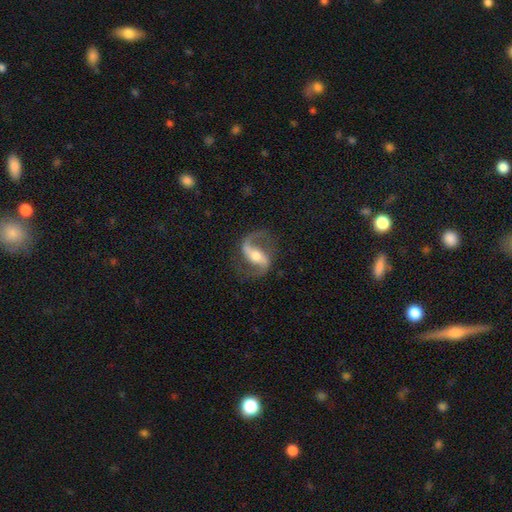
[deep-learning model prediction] smooth-or-featured: featured or disk: 90% | smooth: 6% | star or artifact: 5%
  disk-edge-on: no: 96% | yes: 4%
    bar: strong: 53% | weak: 29% | no: 18%
    has-spiral-arms: yes: 97% | no: 3%
      spiral-winding: loose: 51% | medium: 40% | tight: 9%
      spiral-arm-count: 2: 91% | 1: 4% | can't tell: 2% | 3: 1% | 4: 1% | more than 4: 1%
    bulge-size: moderate: 61% | small: 29% | large: 7% | none: 2% | dominant: 1%
  merging: none: 78% | minor disturbance: 12% | major disturbance: 8% | merger: 1%